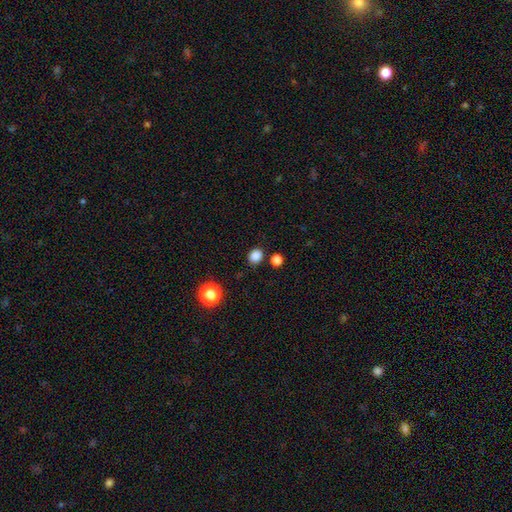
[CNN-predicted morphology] Smooth or featured? Predicted: smooth (p=0.84). How rounded? Predicted: round (p=0.67). Merging? Predicted: none (p=0.82).